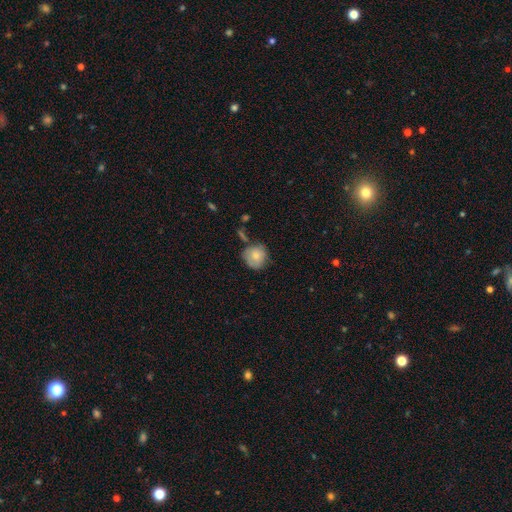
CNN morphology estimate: This appears to be a smooth galaxy with no disk features (77%) that is round (85%). Merging: none (60%).